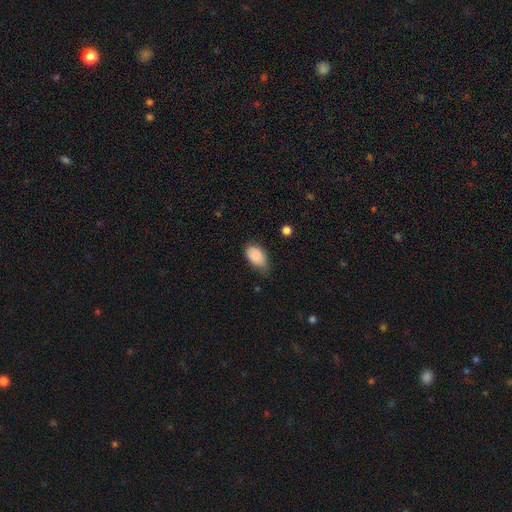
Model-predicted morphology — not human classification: A smooth galaxy with no disk features (86%) that is in between round and cigar-shaped (92%). Merging: none (55%).